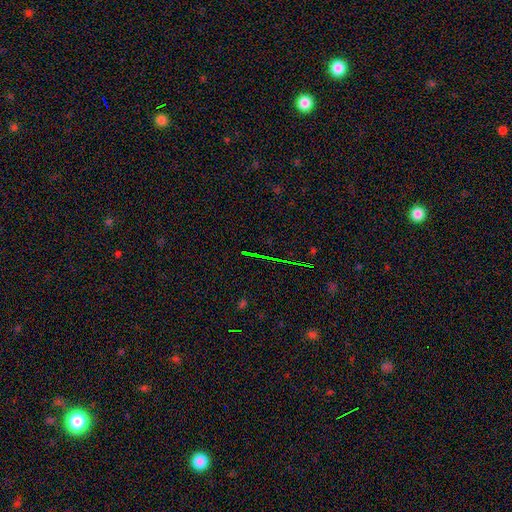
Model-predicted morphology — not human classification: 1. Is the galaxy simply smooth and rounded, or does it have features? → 77% star or artifact, 13% featured or disk, 10% smooth.